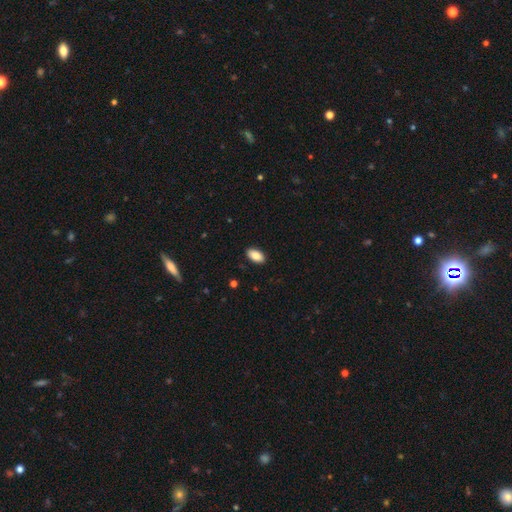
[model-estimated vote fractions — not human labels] A smooth galaxy with no disk features (86%) that is in between round and cigar-shaped (94%).

Vote fractions:
- Smooth or featured? smooth: 86% / star or artifact: 7% / featured or disk: 7%
- How rounded? in between: 94% / round: 3% / cigar-shaped: 3%
- Merging? none: 90% / minor disturbance: 8% / major disturbance: 2% / merger: 1%